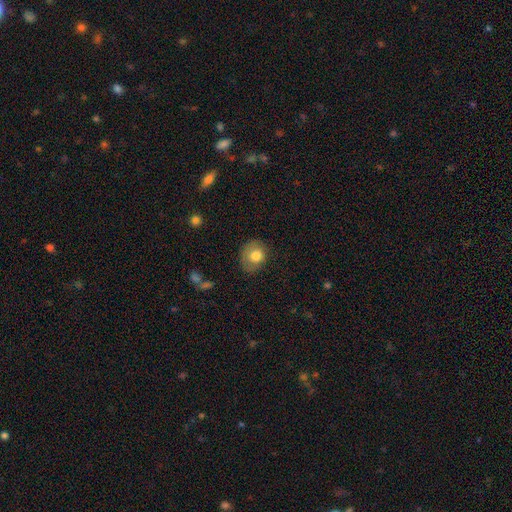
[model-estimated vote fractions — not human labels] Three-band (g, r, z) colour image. It shows a smooth galaxy with no disk features (78%) that is round (70%). Merging: none (68%).